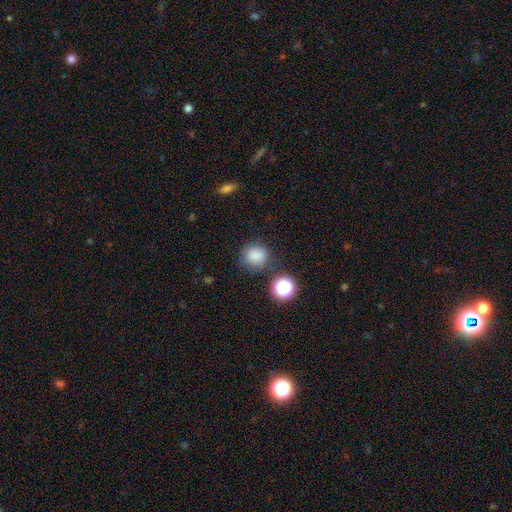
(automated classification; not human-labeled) Morphology: type=smooth (81%); roundness=round (83%); merging=none (77%).